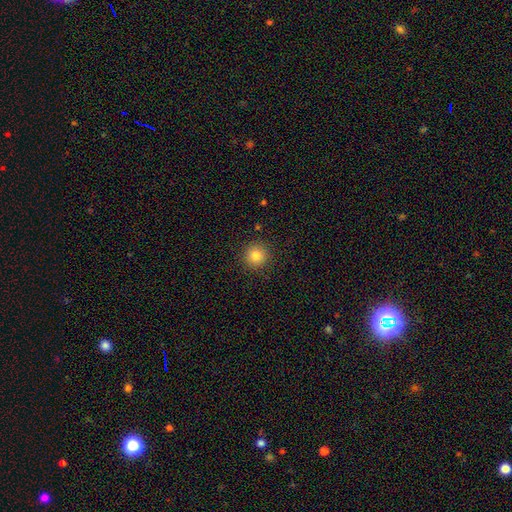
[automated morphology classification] Smooth or featured: smooth — 83% (star or artifact — 12%)
How rounded: round — 95% (in between — 4%)
Merging: none — 91% (minor disturbance — 6%)